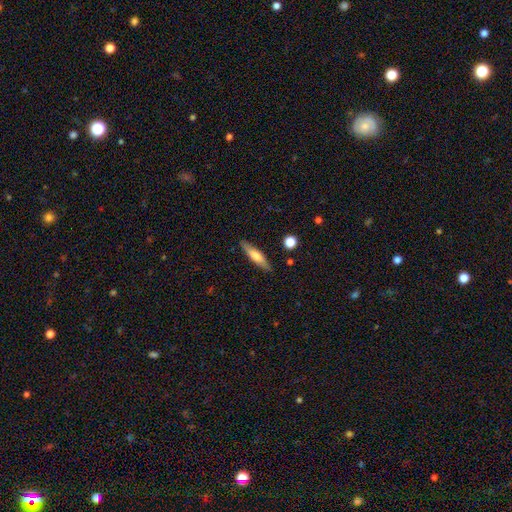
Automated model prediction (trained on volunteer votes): Smooth or featured: smooth — 58% (featured or disk — 35%)
How rounded: cigar-shaped — 78% (in between — 20%)
Merging: none — 86% (minor disturbance — 10%)